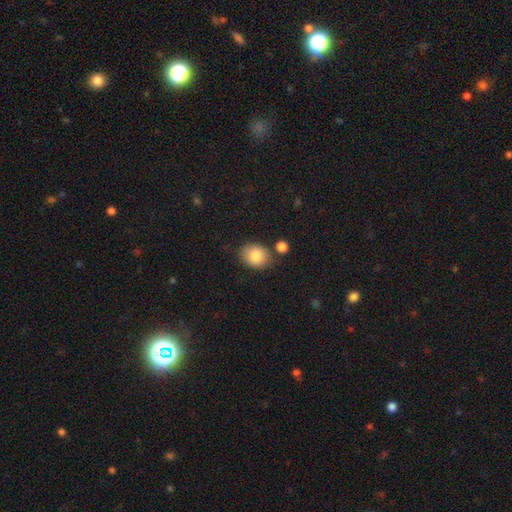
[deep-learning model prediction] Morphology: type=smooth (85%); roundness=in between (56%); merging=none (74%).